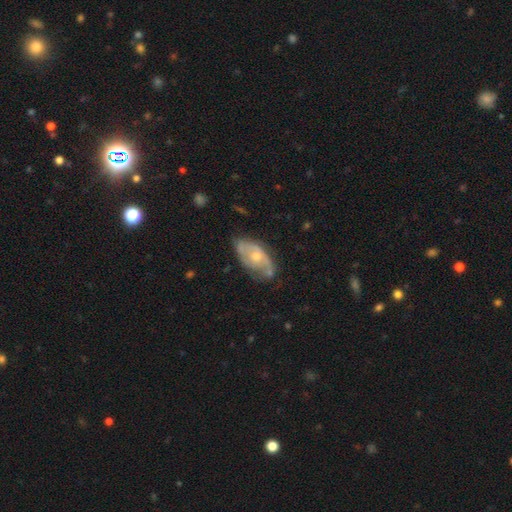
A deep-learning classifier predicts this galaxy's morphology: A featured or disk galaxy (64%) with no bar (77%), spiral arms (63%) and a moderate central bulge (60%). Merging: none (54%).